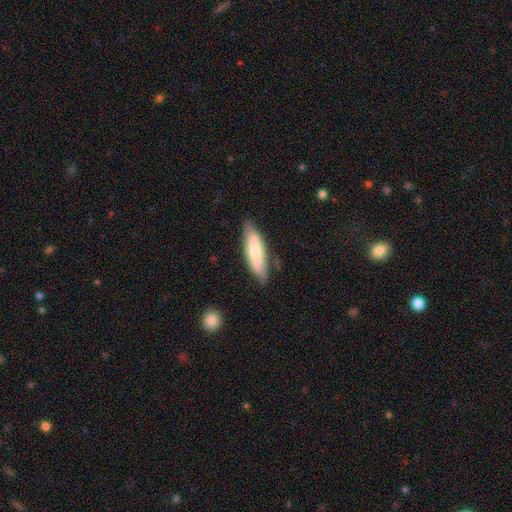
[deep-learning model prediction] Morphology: type=smooth (61%); roundness=cigar-shaped (57%); merging=none (76%).